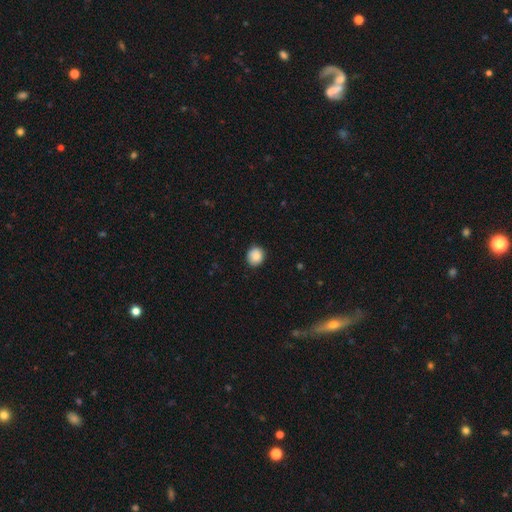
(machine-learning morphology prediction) smooth 87%, star or artifact 8%, featured or disk 4%. Down the decision tree: how rounded — round (86%); merging — none (88%).